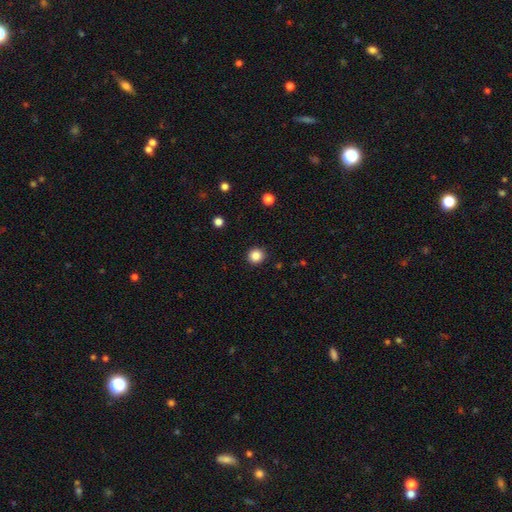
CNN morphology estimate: A smooth galaxy with no disk features (86%) that is round (92%). Merging: none (92%).